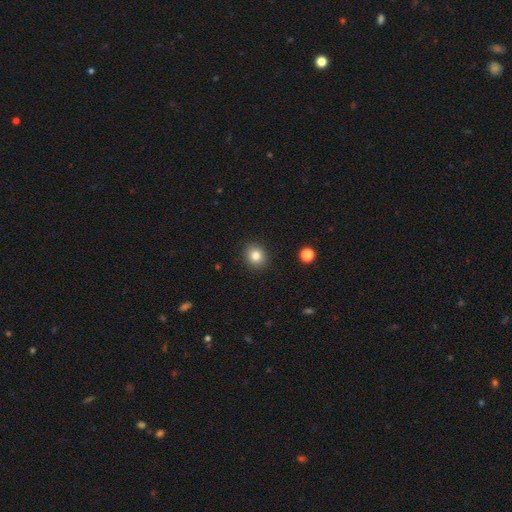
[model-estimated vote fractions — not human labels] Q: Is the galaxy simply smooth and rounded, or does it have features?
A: smooth — 82%.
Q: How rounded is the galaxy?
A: round — 79%.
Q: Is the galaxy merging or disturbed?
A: none — 91%.